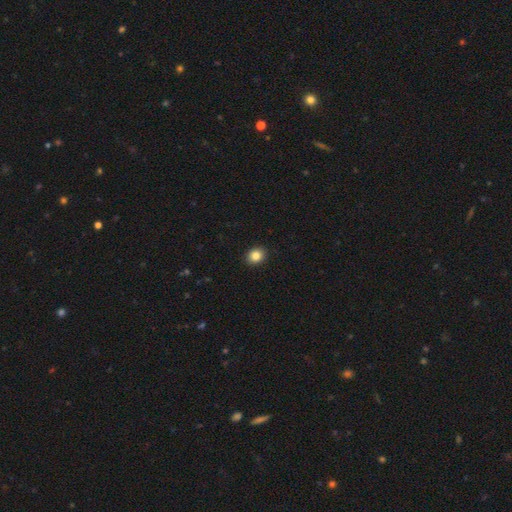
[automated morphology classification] Smooth or featured?
  - smooth: 86% *
  - star or artifact: 10%
  - featured or disk: 4%
How rounded?
  - round: 58% *
  - in between: 42%
  - cigar-shaped: 1%
Merging?
  - none: 91% *
  - minor disturbance: 6%
  - major disturbance: 2%
  - merger: 1%